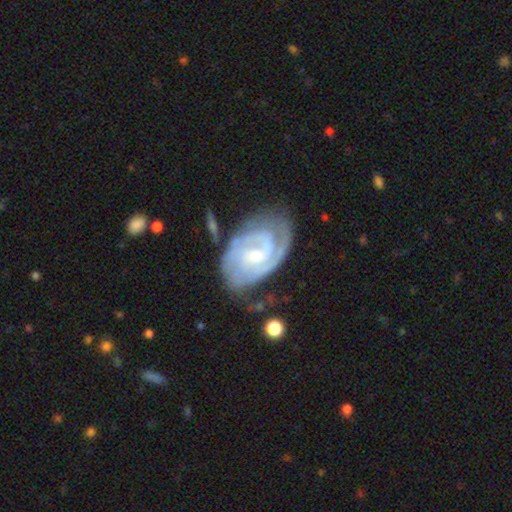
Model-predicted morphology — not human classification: Smooth or featured? Predicted: featured or disk (p=0.88). Edge-on disk? Predicted: no (p=0.97). Bar? Predicted: no (p=0.46). Spiral arms? Predicted: yes (p=0.97). Spiral winding? Predicted: tight (p=0.61). Spiral arm count? Predicted: 2 (p=0.50). Bulge size? Predicted: small (p=0.64). Merging? Predicted: none (p=0.62).